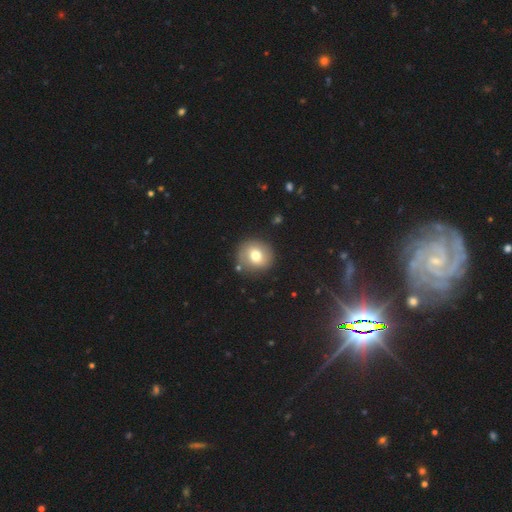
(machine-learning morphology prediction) Smooth or featured?
  - smooth: 70% *
  - featured or disk: 20%
  - star or artifact: 9%
How rounded?
  - round: 89% *
  - in between: 10%
  - cigar-shaped: 1%
Merging?
  - none: 85% *
  - minor disturbance: 9%
  - major disturbance: 3%
  - merger: 3%